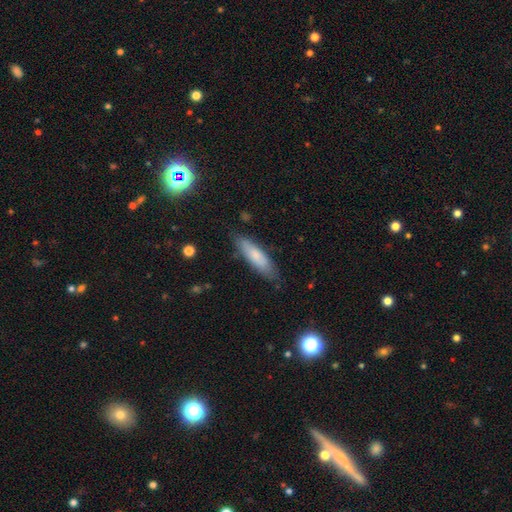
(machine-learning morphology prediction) smooth-or-featured: smooth: 71% | featured or disk: 23% | star or artifact: 6%
  how-rounded: cigar-shaped: 65% | in between: 34% | round: 2%
  merging: none: 79% | minor disturbance: 16% | major disturbance: 3% | merger: 1%